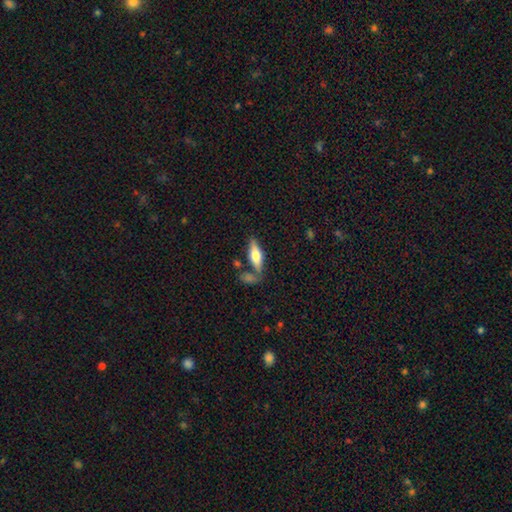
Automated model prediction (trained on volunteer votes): This is possibly a smooth galaxy (55%). How rounded: possibly in between (56%). Merging: likely none (68%).